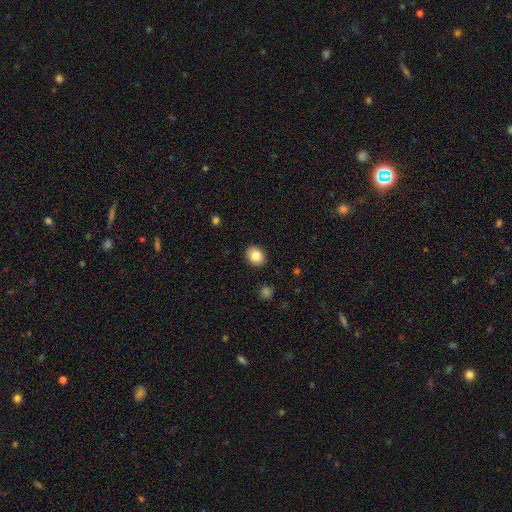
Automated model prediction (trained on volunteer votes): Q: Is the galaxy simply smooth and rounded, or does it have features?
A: smooth — 84%.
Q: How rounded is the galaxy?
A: round — 64%.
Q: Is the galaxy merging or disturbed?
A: none — 91%.